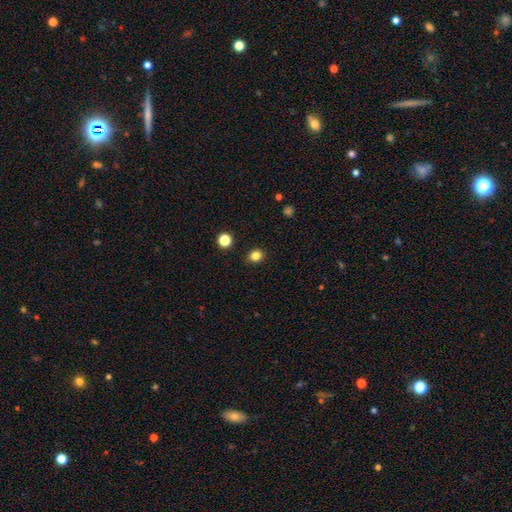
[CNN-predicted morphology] The model was most divided on "how rounded": round: 76%, in between: 23%, cigar-shaped: 1%. More confident: merging — none (90%); smooth or featured — smooth (83%).